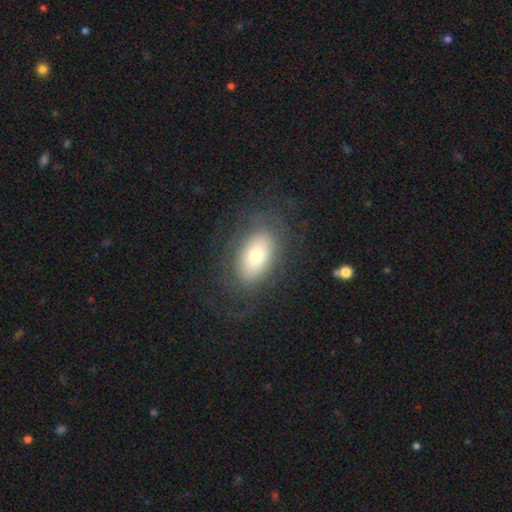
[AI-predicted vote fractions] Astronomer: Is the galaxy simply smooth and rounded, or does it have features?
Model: smooth — 54% (runner-up: featured or disk, 37%).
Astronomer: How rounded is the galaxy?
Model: in between — 90%.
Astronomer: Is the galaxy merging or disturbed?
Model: none — 72%.